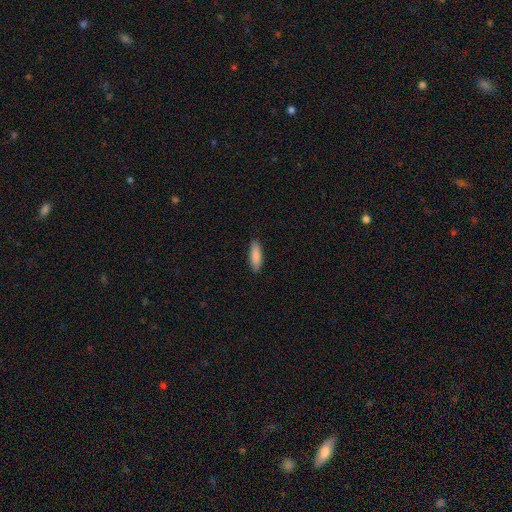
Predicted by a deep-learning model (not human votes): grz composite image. It shows a smooth galaxy with no disk features (88%) that is in between round and cigar-shaped (55%). Merging: none (88%).